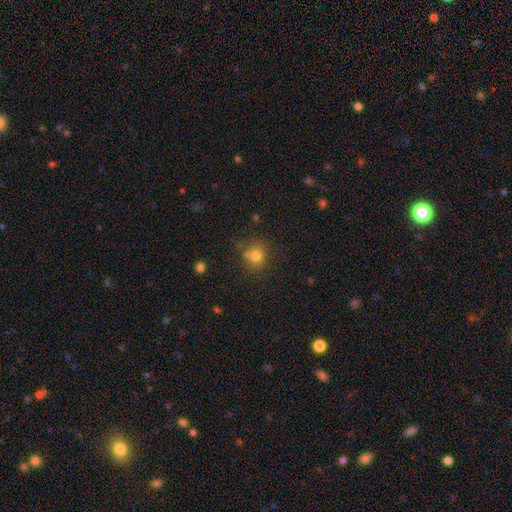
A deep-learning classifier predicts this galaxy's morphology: type=smooth (77%); roundness=round (82%); merging=none (72%).